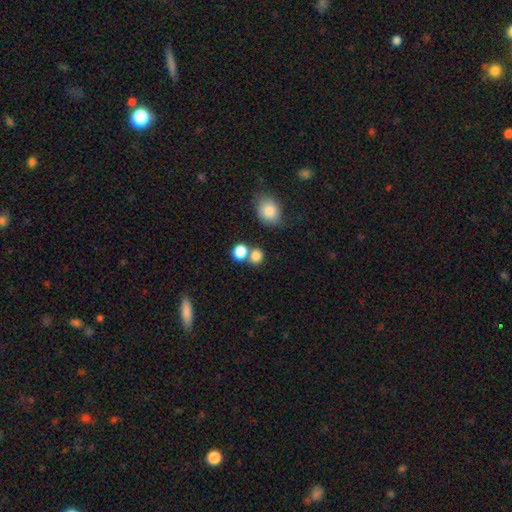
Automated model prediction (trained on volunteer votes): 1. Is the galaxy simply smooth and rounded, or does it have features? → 81% smooth, 13% star or artifact, 6% featured or disk.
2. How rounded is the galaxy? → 80% round, 19% in between, 1% cigar-shaped.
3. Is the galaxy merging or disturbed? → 57% none, 30% merger, 9% minor disturbance, 4% major disturbance.